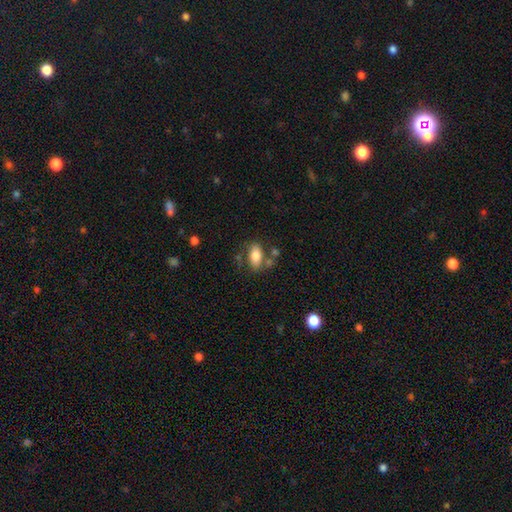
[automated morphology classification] Overall: smooth (79%). How rounded: in between (88%). Merging: none (66%).